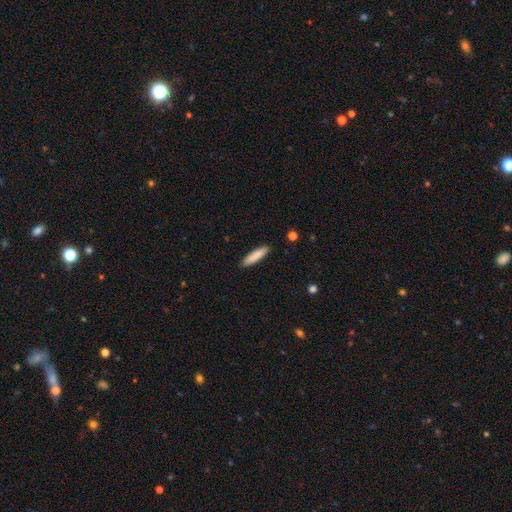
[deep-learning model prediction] Smooth or featured? Predicted: smooth (p=0.85). How rounded? Predicted: cigar-shaped (p=0.81). Merging? Predicted: none (p=0.90).